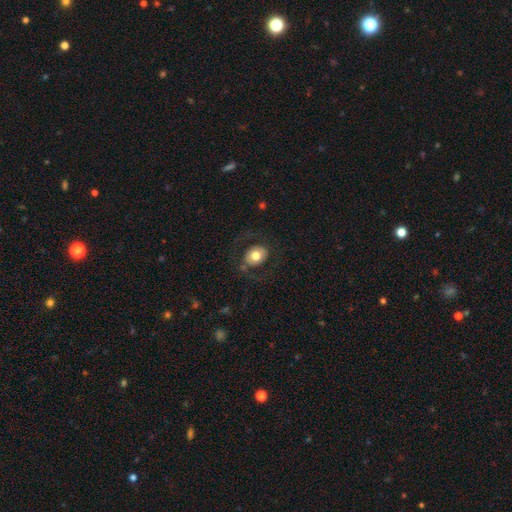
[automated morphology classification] A smooth galaxy with no disk features (64%) that is round (51%). Merging: none (74%).